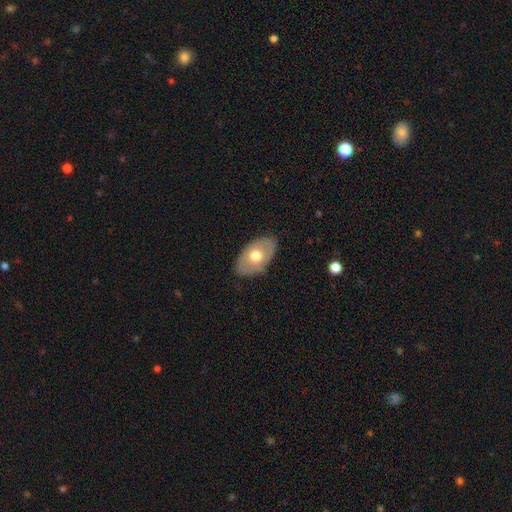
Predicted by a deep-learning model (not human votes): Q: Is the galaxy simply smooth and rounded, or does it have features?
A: smooth — 59%.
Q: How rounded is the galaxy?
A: in between — 92%.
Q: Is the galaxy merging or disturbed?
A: none — 81%.